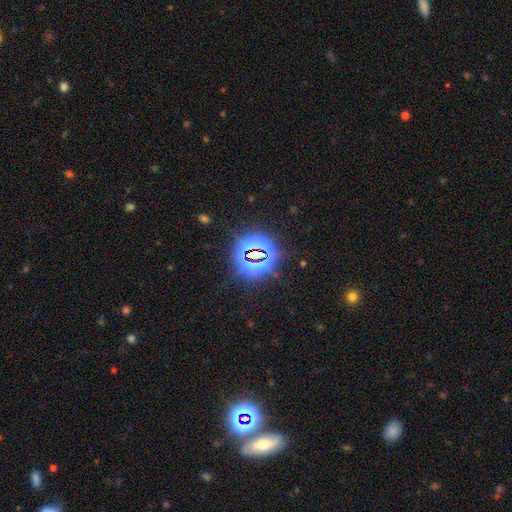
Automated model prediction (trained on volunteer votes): Smooth or featured? Predicted: star or artifact (p=0.76).